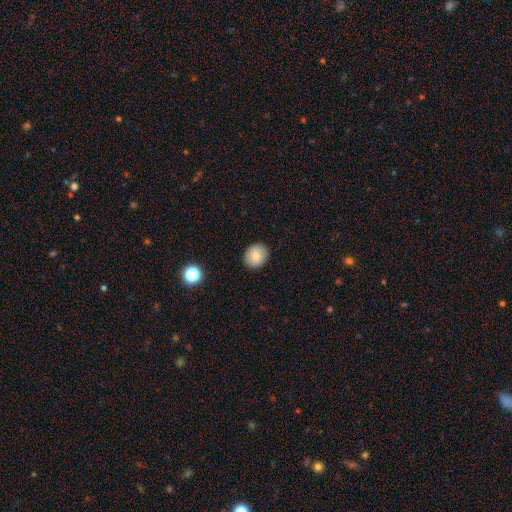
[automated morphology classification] Smooth or featured: smooth — 81% (featured or disk — 9%)
How rounded: round — 74% (in between — 25%)
Merging: none — 90% (minor disturbance — 7%)